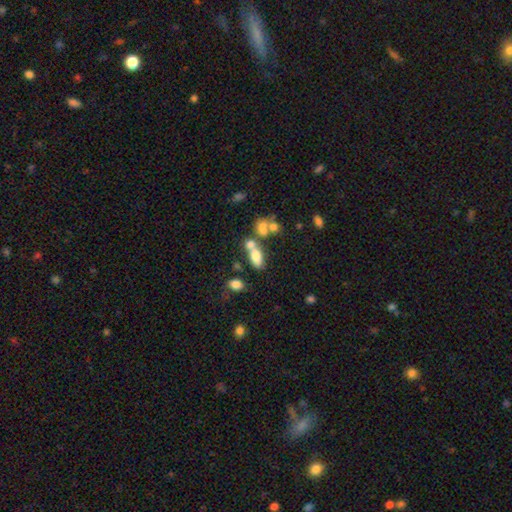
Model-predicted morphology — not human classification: The model was most divided on "merging": merger: 46%, none: 35%, minor disturbance: 12%, major disturbance: 8%. More confident: how rounded — in between (82%); smooth or featured — smooth (70%).